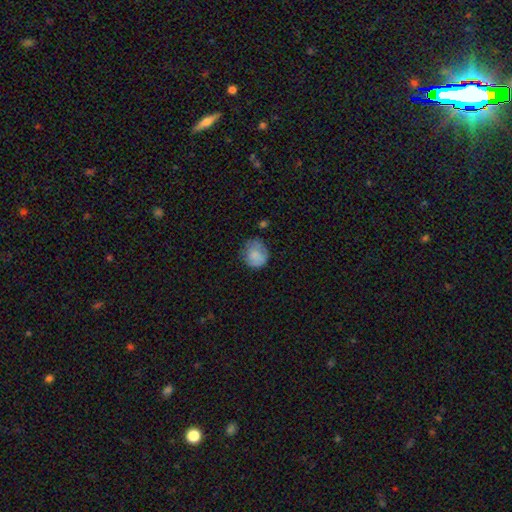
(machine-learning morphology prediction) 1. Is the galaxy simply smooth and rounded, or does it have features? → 80% smooth, 13% featured or disk, 8% star or artifact.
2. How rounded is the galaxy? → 80% round, 19% in between, 1% cigar-shaped.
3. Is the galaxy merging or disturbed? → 56% none, 31% minor disturbance, 10% major disturbance, 3% merger.